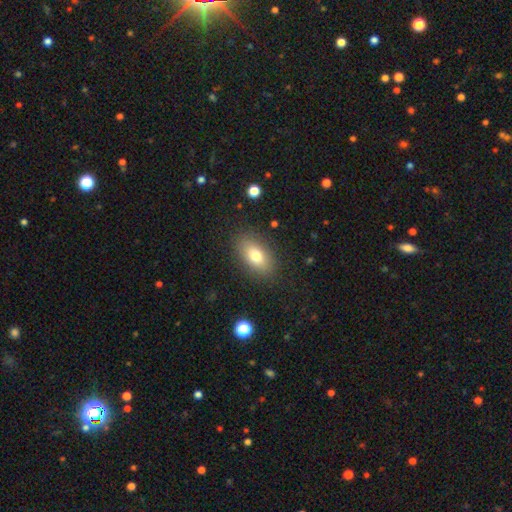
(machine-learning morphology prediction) Q: Smooth or featured?
A: smooth (76%); runner-up: featured or disk (15%)
Q: How rounded?
A: in between (87%); runner-up: round (8%)
Q: Merging?
A: none (85%); runner-up: minor disturbance (10%)